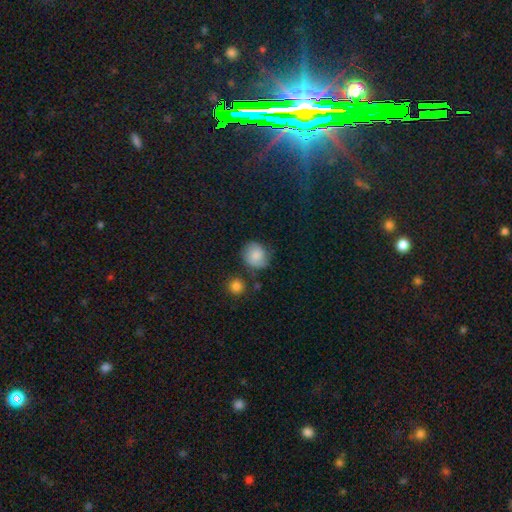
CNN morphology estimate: This appears to be a smooth galaxy with no disk features (76%) that is round (78%). Merging: none (68%).